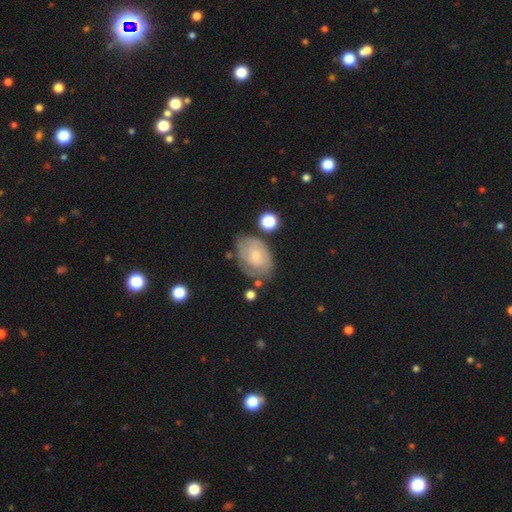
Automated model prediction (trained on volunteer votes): Smooth or featured?
  - featured or disk: 52% *
  - smooth: 40%
  - star or artifact: 8%
Edge-on disk?
  - no: 95% *
  - yes: 5%
Merging?
  - none: 57% *
  - minor disturbance: 27%
  - major disturbance: 11%
  - merger: 6%